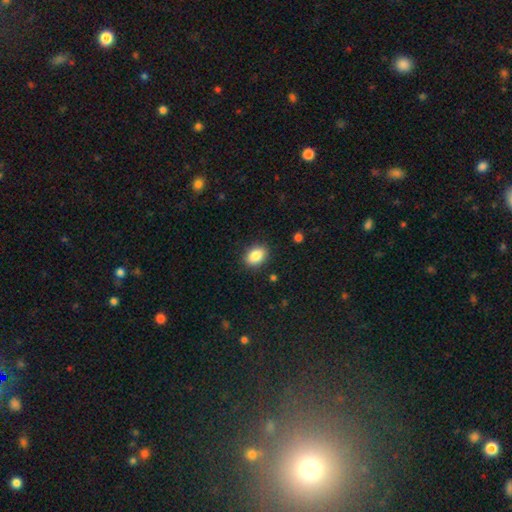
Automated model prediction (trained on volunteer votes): smooth 87%, star or artifact 8%, featured or disk 5%. Down the decision tree: how rounded — in between (80%); merging — none (87%).